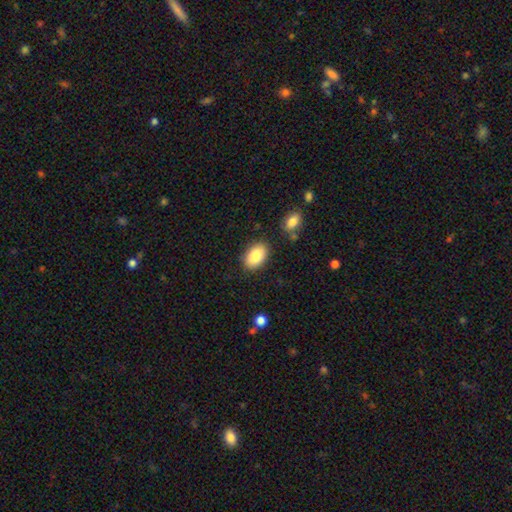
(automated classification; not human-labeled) A smooth galaxy with no disk features (86%) that is in between round and cigar-shaped (90%). Merging: none (84%).